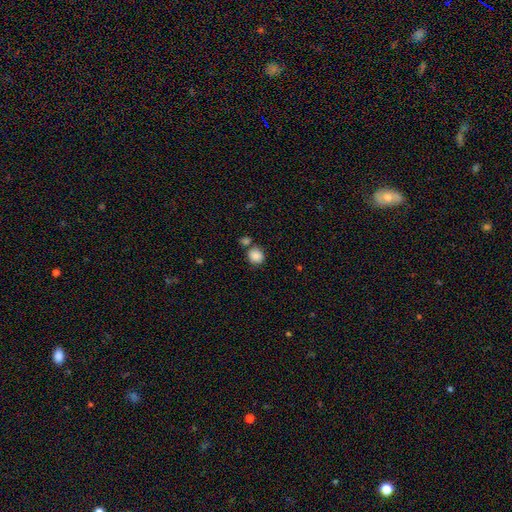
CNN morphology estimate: The model was most divided on "merging": none: 64%, merger: 21%, minor disturbance: 12%, major disturbance: 4%. More confident: smooth or featured — smooth (86%); how rounded — round (78%).